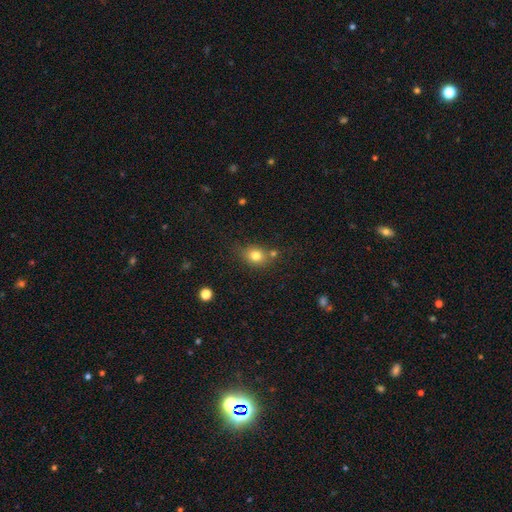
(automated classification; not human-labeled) Smooth or featured: smooth — 78% (star or artifact — 12%)
How rounded: round — 62% (in between — 37%)
Merging: none — 66% (minor disturbance — 16%)